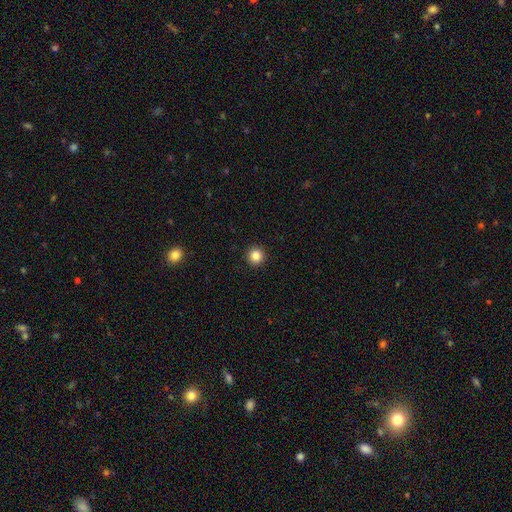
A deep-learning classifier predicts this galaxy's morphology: The model was most divided on "smooth or featured": smooth: 85%, star or artifact: 11%, featured or disk: 4%. More confident: how rounded — round (96%); merging — none (94%).